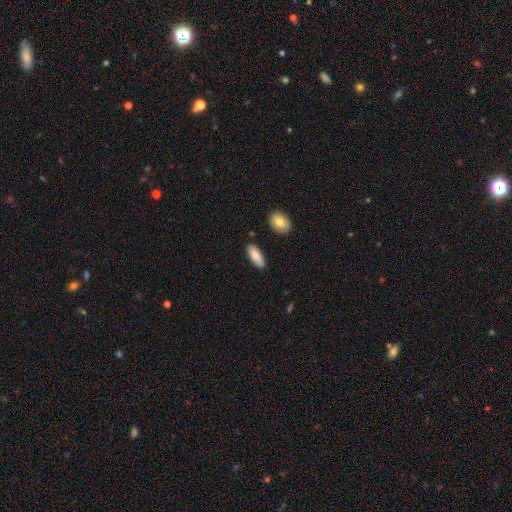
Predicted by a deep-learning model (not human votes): smooth_or_featured: smooth (p=0.86) [alt: featured or disk p=0.08]
how_rounded: in between (p=0.74) [alt: cigar-shaped p=0.24]
merging: none (p=0.85) [alt: minor disturbance p=0.10]